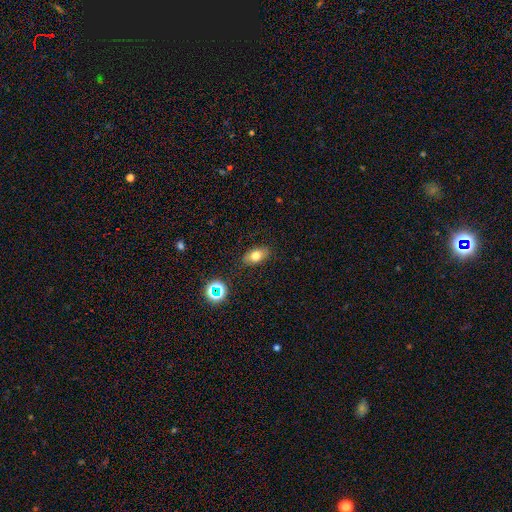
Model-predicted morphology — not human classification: type=smooth (73%); roundness=in between (87%); merging=none (84%).